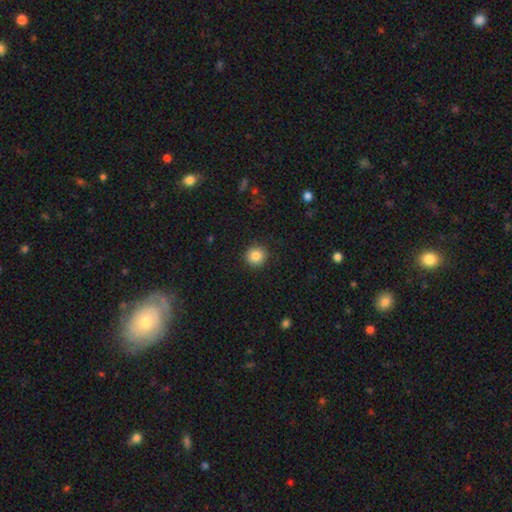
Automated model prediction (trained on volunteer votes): Smooth or featured? smooth (85%)
How rounded? round (93%)
Merging? none (91%)